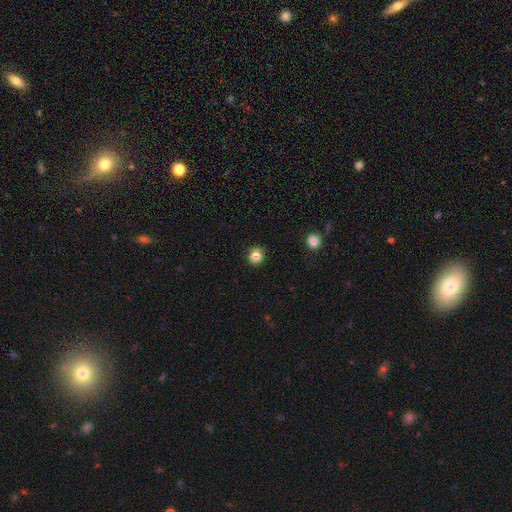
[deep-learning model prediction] The model was most divided on "smooth or featured": smooth: 84%, star or artifact: 11%, featured or disk: 5%. More confident: merging — none (93%); how rounded — round (92%).